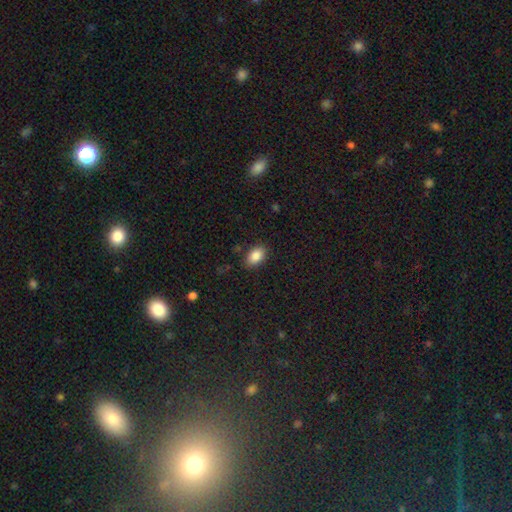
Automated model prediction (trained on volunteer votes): Morphology: type=smooth (87%); roundness=in between (88%); merging=none (85%).